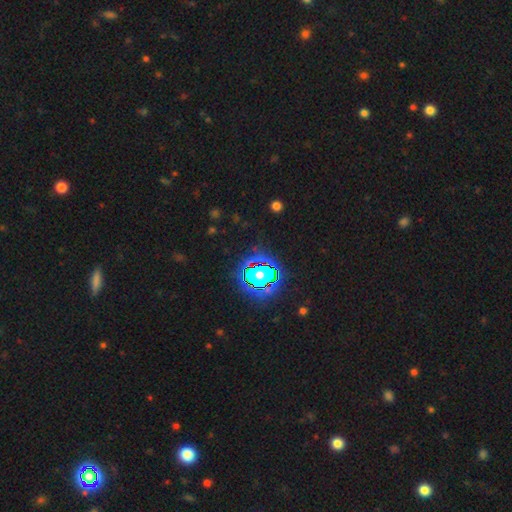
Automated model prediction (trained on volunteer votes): star or artifact 83%, smooth 10%, featured or disk 7%.